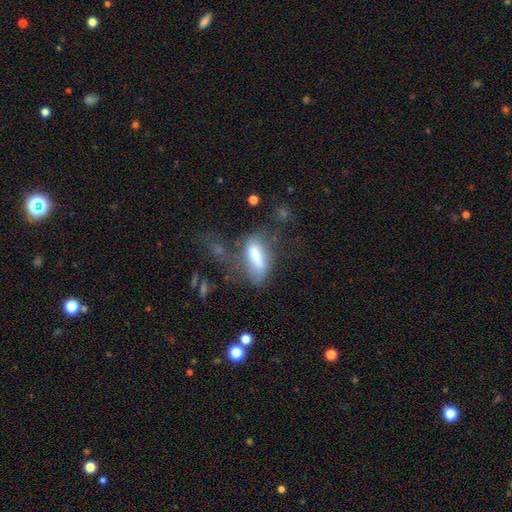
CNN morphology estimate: smooth_or_featured: smooth (p=0.65) [alt: featured or disk p=0.27]
how_rounded: in between (p=0.78) [alt: cigar-shaped p=0.19]
merging: major disturbance (p=0.36) [alt: none p=0.29]